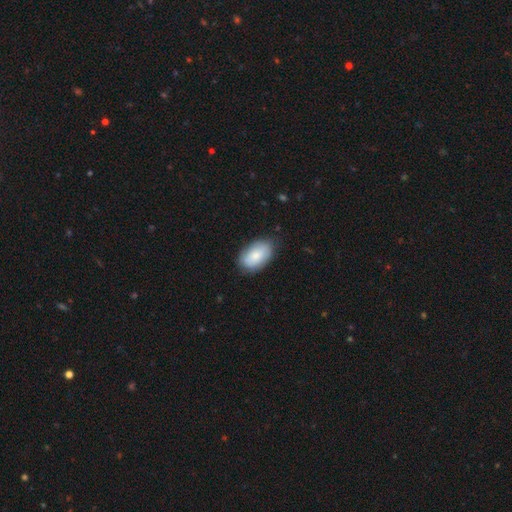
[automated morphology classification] Smooth or featured?
  - smooth: 78% *
  - featured or disk: 15%
  - star or artifact: 6%
How rounded?
  - in between: 93% *
  - round: 6%
  - cigar-shaped: 1%
Merging?
  - none: 78% *
  - minor disturbance: 17%
  - major disturbance: 4%
  - merger: 1%